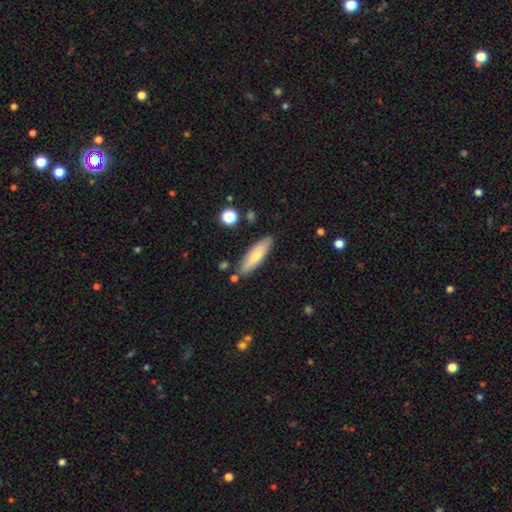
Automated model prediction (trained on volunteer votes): This is likely a smooth galaxy (69%). How rounded: likely cigar-shaped (60%). Merging: clearly none (82%).